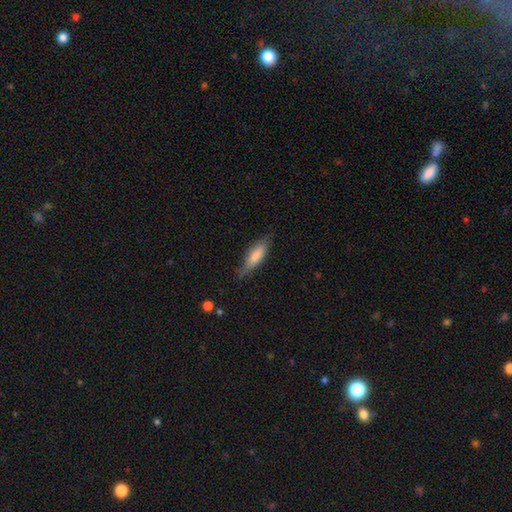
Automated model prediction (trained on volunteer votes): Smooth or featured? Predicted: smooth (p=0.76). How rounded? Predicted: cigar-shaped (p=0.50). Merging? Predicted: none (p=0.67).